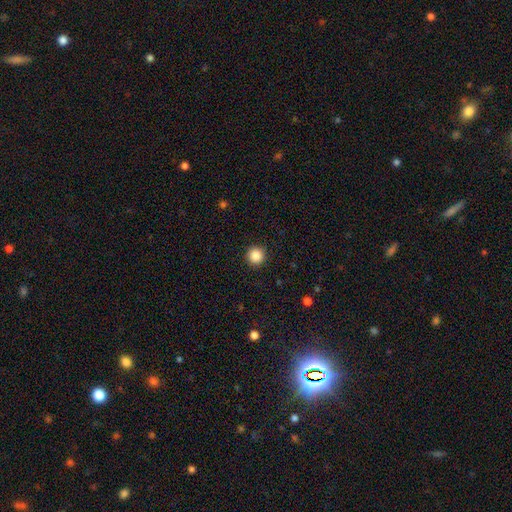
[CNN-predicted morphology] smooth-or-featured: smooth: 87% | star or artifact: 10% | featured or disk: 3%
  how-rounded: round: 96% | in between: 3% | cigar-shaped: 1%
  merging: none: 93% | minor disturbance: 5% | major disturbance: 2% | merger: 1%